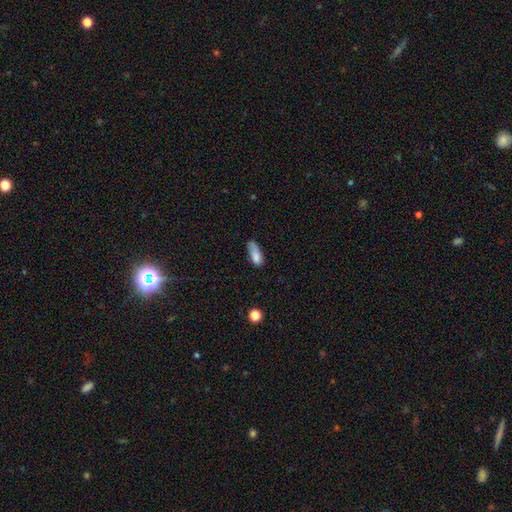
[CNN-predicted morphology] Smooth or featured?
  - smooth: 81% *
  - featured or disk: 10%
  - star or artifact: 9%
How rounded?
  - in between: 70% *
  - cigar-shaped: 27%
  - round: 3%
Merging?
  - none: 46% *
  - minor disturbance: 36%
  - major disturbance: 14%
  - merger: 5%